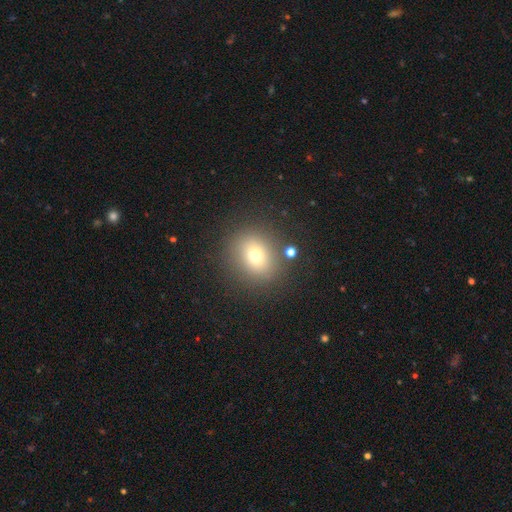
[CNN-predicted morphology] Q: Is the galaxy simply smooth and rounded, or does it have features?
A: smooth — 70%.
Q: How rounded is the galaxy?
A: round — 77%.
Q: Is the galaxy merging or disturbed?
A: none — 83%.